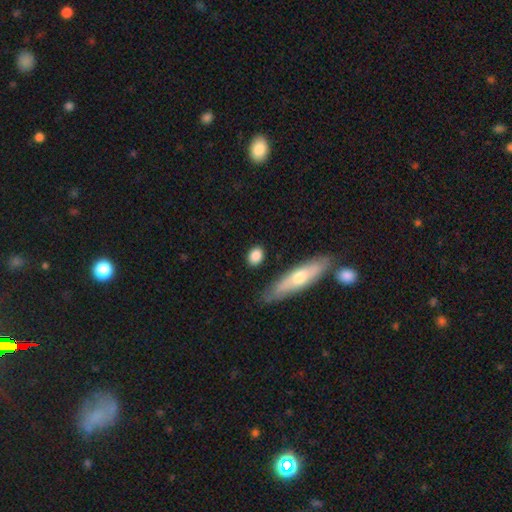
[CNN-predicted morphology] type=smooth (83%); roundness=in between (54%); merging=none (83%).